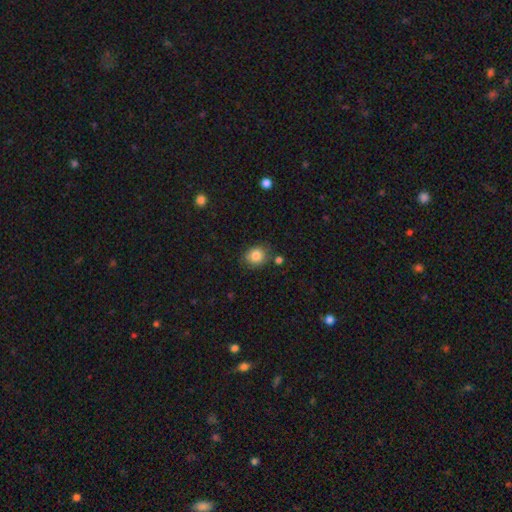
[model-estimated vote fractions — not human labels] smooth-or-featured: smooth: 83% | star or artifact: 10% | featured or disk: 7%
  how-rounded: round: 73% | in between: 26% | cigar-shaped: 1%
  merging: none: 80% | minor disturbance: 12% | merger: 5% | major disturbance: 3%